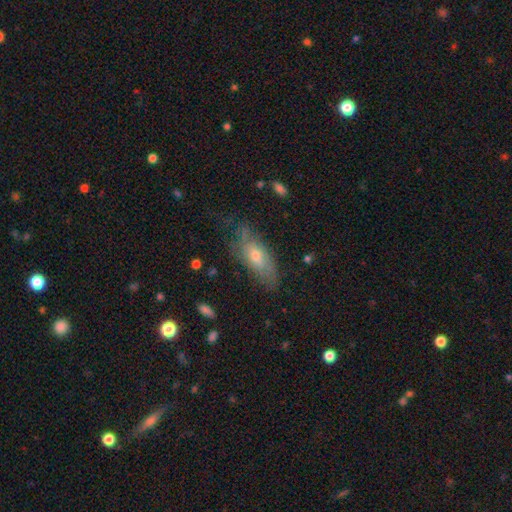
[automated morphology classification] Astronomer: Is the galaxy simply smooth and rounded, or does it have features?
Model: smooth — 46%, tied with featured or disk at 46%.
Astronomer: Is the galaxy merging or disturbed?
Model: none — 61%.